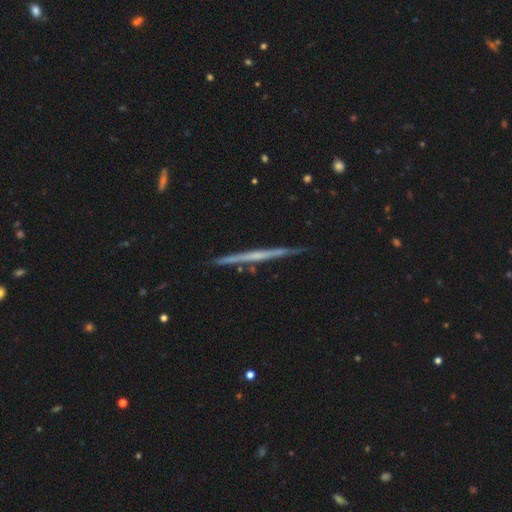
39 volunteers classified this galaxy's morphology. type=featured or disk (77%); edge-on=yes (100%); edge-on bulge=none (50%, tied with rounded); merging=none (79%).